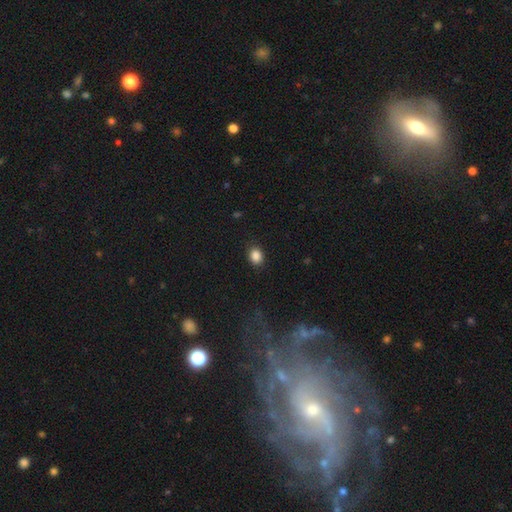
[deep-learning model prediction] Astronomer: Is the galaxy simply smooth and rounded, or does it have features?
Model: smooth — 87%.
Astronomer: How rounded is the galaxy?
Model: in between — 54% (runner-up: round, 45%).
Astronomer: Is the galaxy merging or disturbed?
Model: none — 88%.